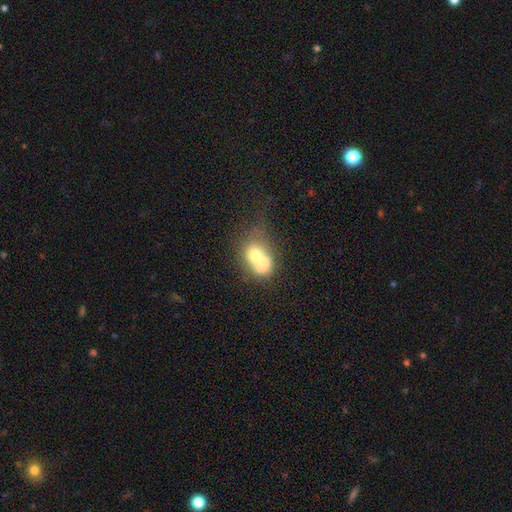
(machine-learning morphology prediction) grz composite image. It shows a smooth galaxy with no disk features (61%) that is in between round and cigar-shaped (60%). Merging: merger (64%).